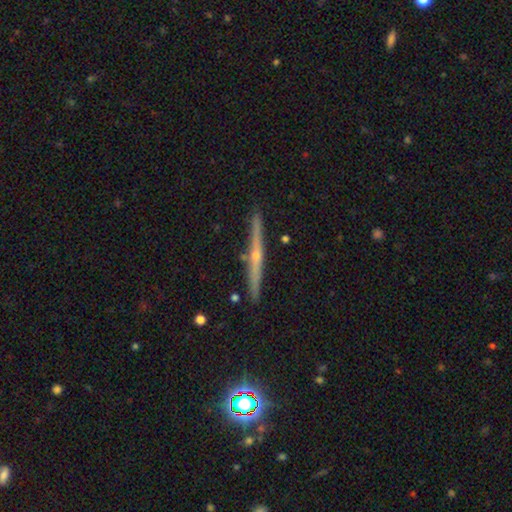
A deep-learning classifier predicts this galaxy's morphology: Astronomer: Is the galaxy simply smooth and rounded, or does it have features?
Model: featured or disk — 78%.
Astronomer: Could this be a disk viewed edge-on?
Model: yes — 98%.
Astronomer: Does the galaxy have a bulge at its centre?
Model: rounded — 81%.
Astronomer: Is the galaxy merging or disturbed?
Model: none — 90%.